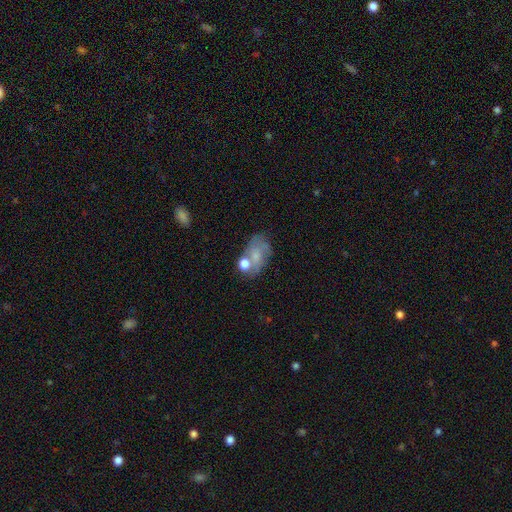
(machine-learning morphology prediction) smooth-or-featured: smooth: 49% | featured or disk: 39% | star or artifact: 12%
  merging: none: 39% | minor disturbance: 22% | merger: 22% | major disturbance: 16%